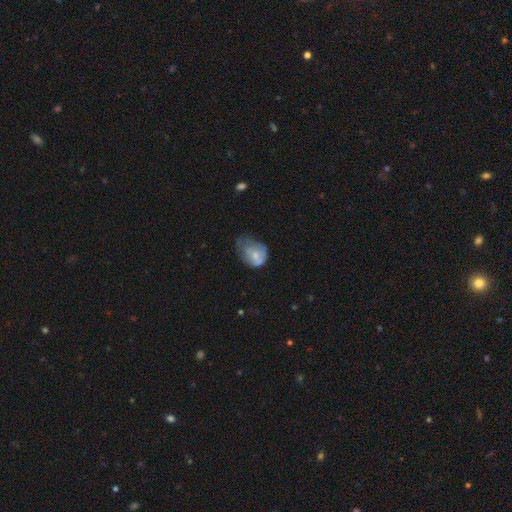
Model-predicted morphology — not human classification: Smooth or featured? Predicted: smooth (p=0.62). How rounded? Predicted: in between (p=0.61). Merging? Predicted: minor disturbance (p=0.39).